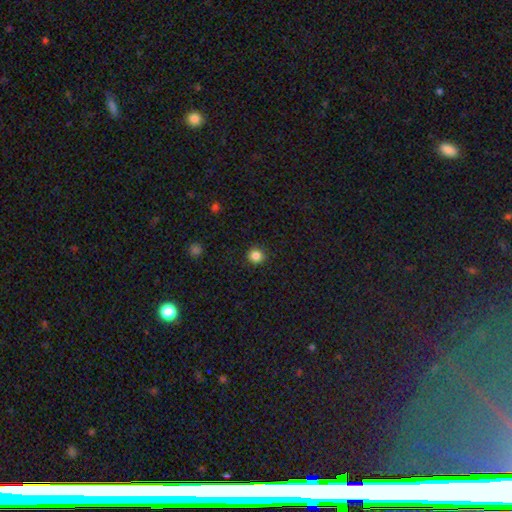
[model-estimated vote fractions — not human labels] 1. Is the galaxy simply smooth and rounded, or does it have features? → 85% smooth, 12% star or artifact, 3% featured or disk.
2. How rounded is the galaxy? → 93% round, 6% in between, 1% cigar-shaped.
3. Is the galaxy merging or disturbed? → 91% none, 6% minor disturbance, 2% major disturbance, 1% merger.